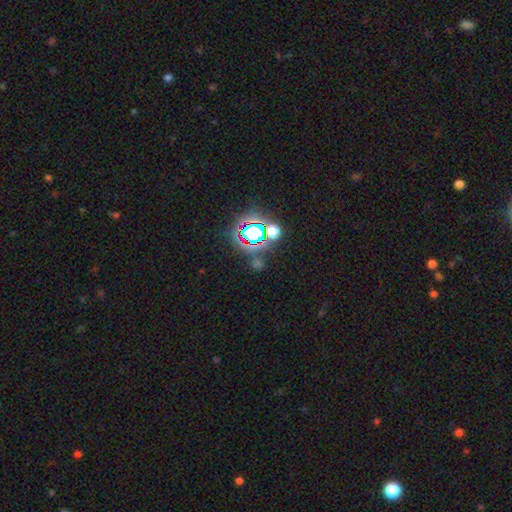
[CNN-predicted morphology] This is clearly a star or artifact rather than a galaxy (80%).